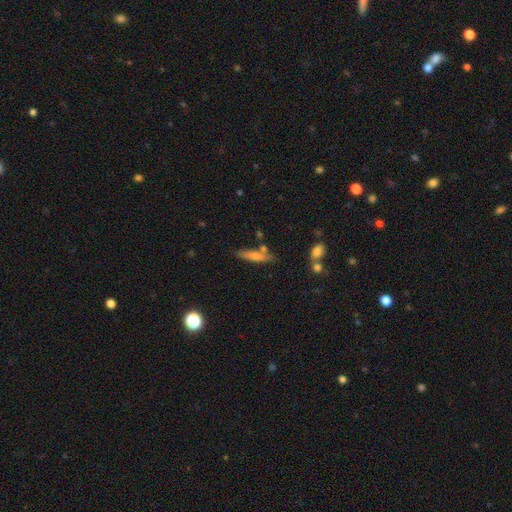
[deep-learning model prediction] smooth_or_featured: smooth (p=0.64) [alt: featured or disk p=0.29]
how_rounded: cigar-shaped (p=0.83) [alt: in between p=0.15]
merging: none (p=0.73) [alt: minor disturbance p=0.14]